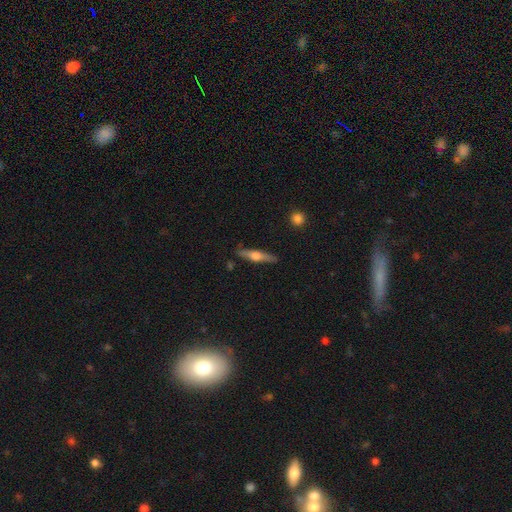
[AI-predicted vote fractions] featured or disk 59%, smooth 36%, star or artifact 6%. Down the decision tree: edge-on disk — yes (95%); edge-on bulge — rounded (90%); merging — none (86%).